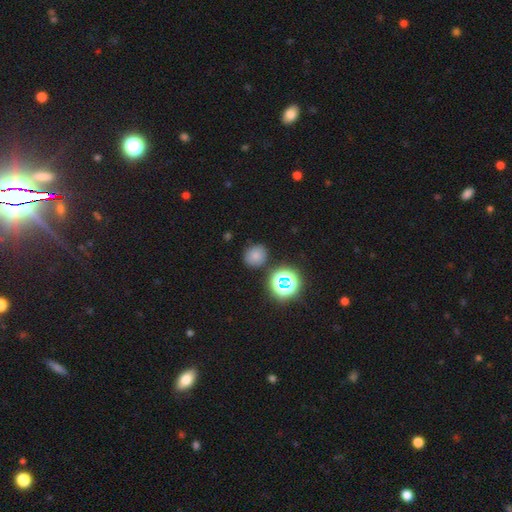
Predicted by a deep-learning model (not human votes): smooth_or_featured: smooth (p=0.70) [alt: star or artifact p=0.21]
how_rounded: round (p=0.78) [alt: in between p=0.21]
merging: none (p=0.81) [alt: minor disturbance p=0.12]